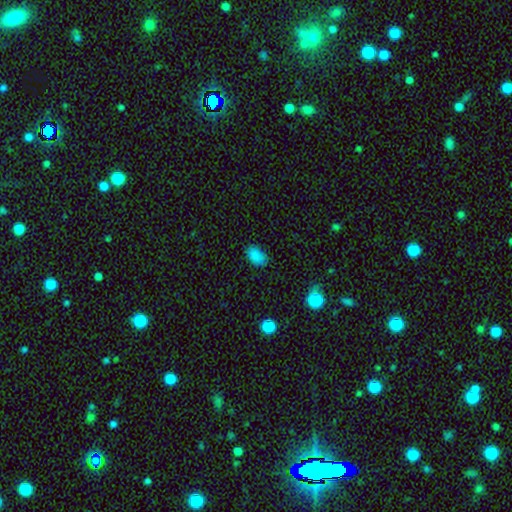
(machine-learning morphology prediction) A smooth galaxy with no disk features (86%) that is in between round and cigar-shaped (90%).

Vote fractions:
- Smooth or featured? smooth: 86% / star or artifact: 11% / featured or disk: 4%
- How rounded? in between: 90% / round: 9% / cigar-shaped: 1%
- Merging? none: 84% / minor disturbance: 13% / major disturbance: 3% / merger: 1%